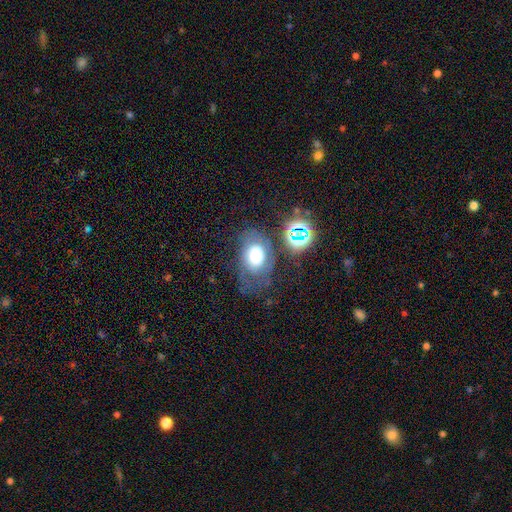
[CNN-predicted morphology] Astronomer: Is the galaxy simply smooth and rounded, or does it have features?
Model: smooth — 55%.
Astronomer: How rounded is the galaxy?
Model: in between — 74%.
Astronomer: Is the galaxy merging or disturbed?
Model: none — 49% (runner-up: minor disturbance, 24%).